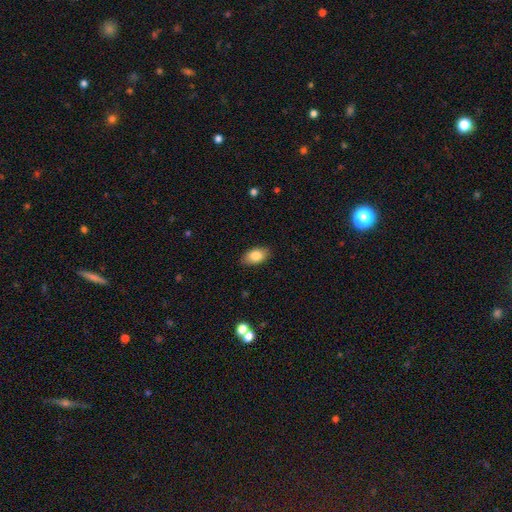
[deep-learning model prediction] This is clearly a smooth galaxy (83%). How rounded: clearly in between (92%). Merging: clearly none (87%).